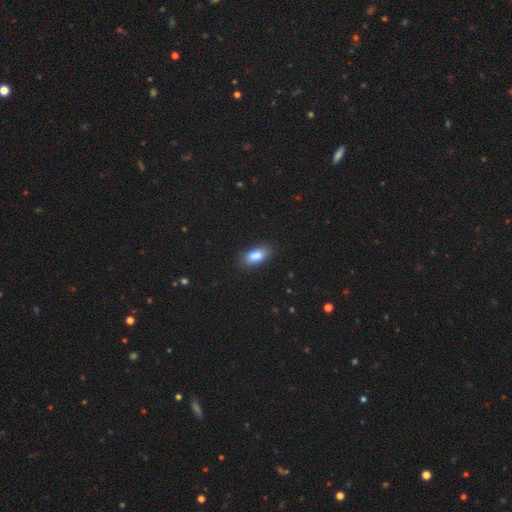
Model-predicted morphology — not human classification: The model was most divided on "merging": none: 86%, minor disturbance: 11%, major disturbance: 3%, merger: 1%. More confident: how rounded — in between (89%); smooth or featured — smooth (85%).